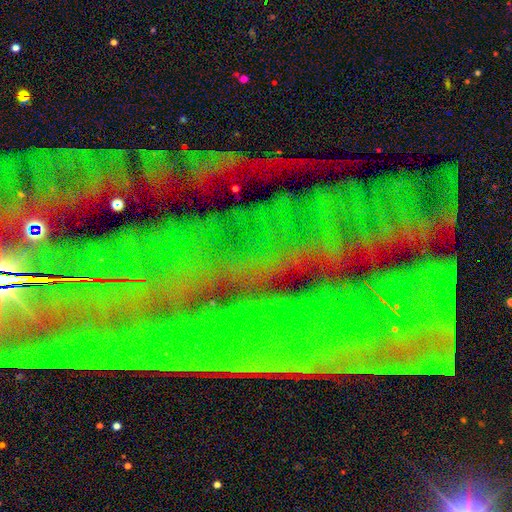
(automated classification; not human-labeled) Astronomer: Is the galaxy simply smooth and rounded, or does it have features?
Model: star or artifact — 85%.